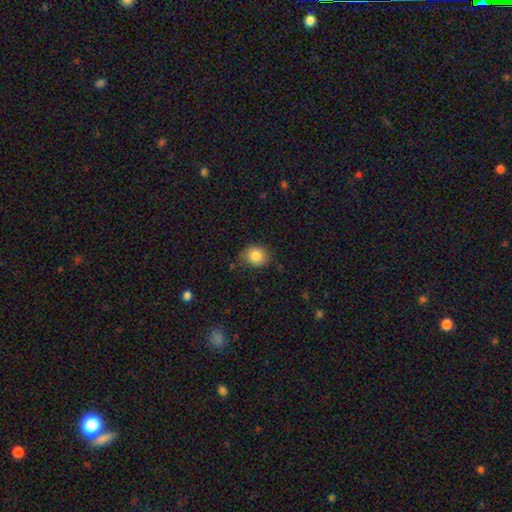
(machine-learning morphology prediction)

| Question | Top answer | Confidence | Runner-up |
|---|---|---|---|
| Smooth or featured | smooth | 85% | star or artifact (9%) |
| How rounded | round | 66% | in between (33%) |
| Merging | none | 77% | minor disturbance (18%) |